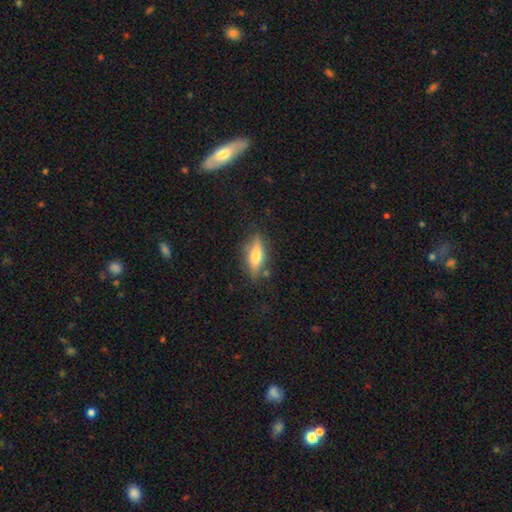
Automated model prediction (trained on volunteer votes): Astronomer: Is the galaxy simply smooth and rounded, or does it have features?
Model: smooth — 57% (runner-up: featured or disk, 36%).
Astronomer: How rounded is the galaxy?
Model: in between — 51% (runner-up: cigar-shaped, 46%).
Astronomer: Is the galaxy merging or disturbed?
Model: none — 78%.